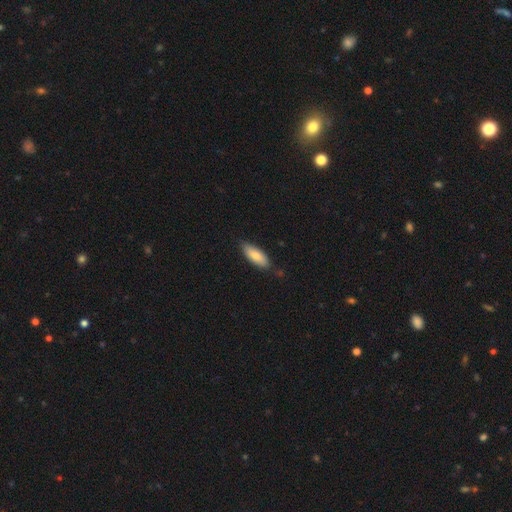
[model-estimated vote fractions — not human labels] The model was most divided on "how rounded": in between: 72%, cigar-shaped: 26%, round: 2%. More confident: smooth or featured — smooth (81%); merging — none (81%).